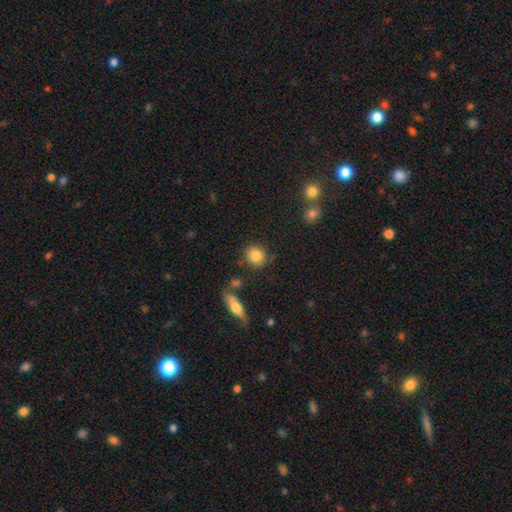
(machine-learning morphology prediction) Smooth or featured?
  - smooth: 84% *
  - star or artifact: 8%
  - featured or disk: 8%
How rounded?
  - round: 81% *
  - in between: 17%
  - cigar-shaped: 2%
Merging?
  - none: 83% *
  - minor disturbance: 9%
  - merger: 5%
  - major disturbance: 3%